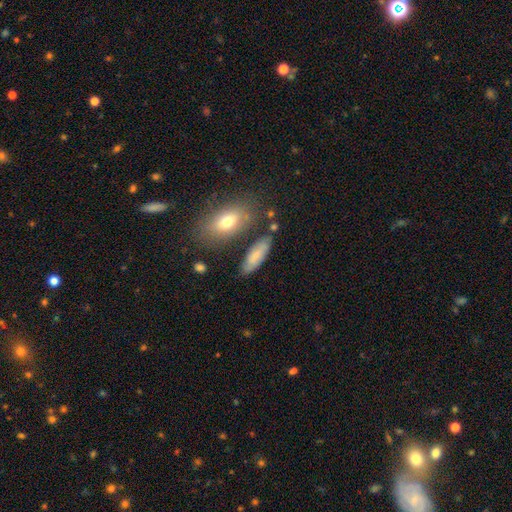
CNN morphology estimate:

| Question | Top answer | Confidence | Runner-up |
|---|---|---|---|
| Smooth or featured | smooth | 70% | featured or disk (22%) |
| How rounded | in between | 63% | cigar-shaped (34%) |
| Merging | none | 74% | minor disturbance (17%) |